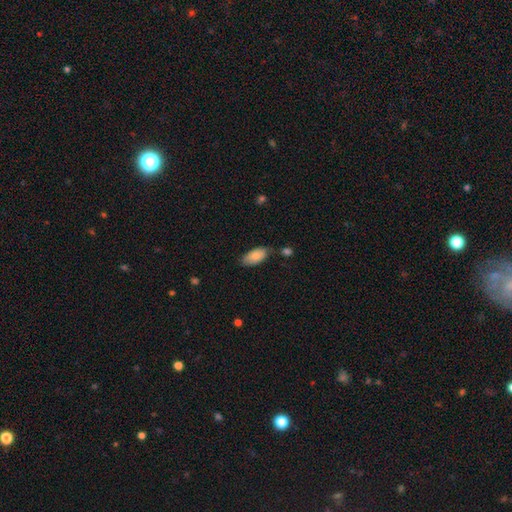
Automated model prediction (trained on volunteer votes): A smooth galaxy with no disk features (81%) that is in between round and cigar-shaped (92%).

Vote fractions:
- Smooth or featured? smooth: 81% / featured or disk: 12% / star or artifact: 6%
- How rounded? in between: 92% / cigar-shaped: 6% / round: 2%
- Merging? none: 67% / minor disturbance: 22% / merger: 7% / major disturbance: 4%